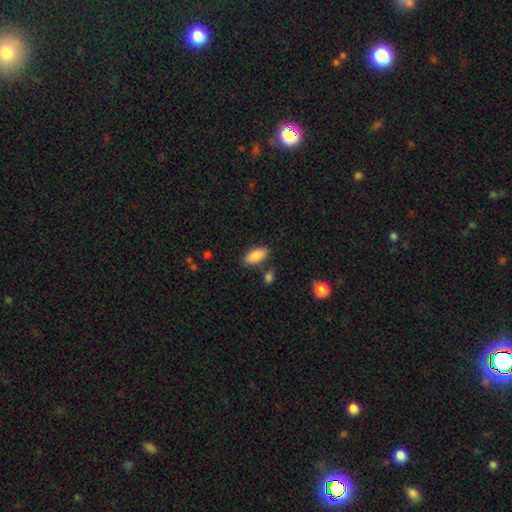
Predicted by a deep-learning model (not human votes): Smooth or featured? Predicted: smooth (p=0.88). How rounded? Predicted: in between (p=0.89). Merging? Predicted: none (p=0.81).